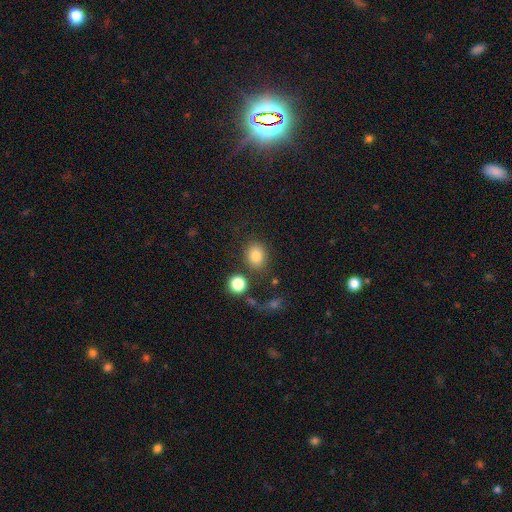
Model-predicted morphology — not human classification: Q: Smooth or featured?
A: smooth (81%); runner-up: star or artifact (11%)
Q: How rounded?
A: round (62%); runner-up: in between (37%)
Q: Merging?
A: none (78%); runner-up: minor disturbance (11%)